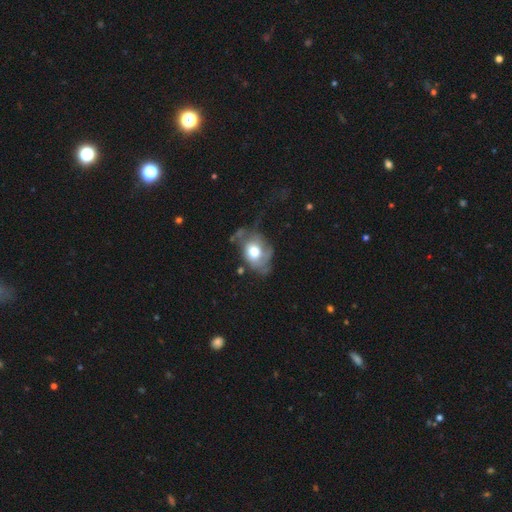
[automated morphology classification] Q: Smooth or featured?
A: smooth (54%); runner-up: featured or disk (37%)
Q: How rounded?
A: in between (56%); runner-up: round (43%)
Q: Merging?
A: none (35%); runner-up: minor disturbance (30%)